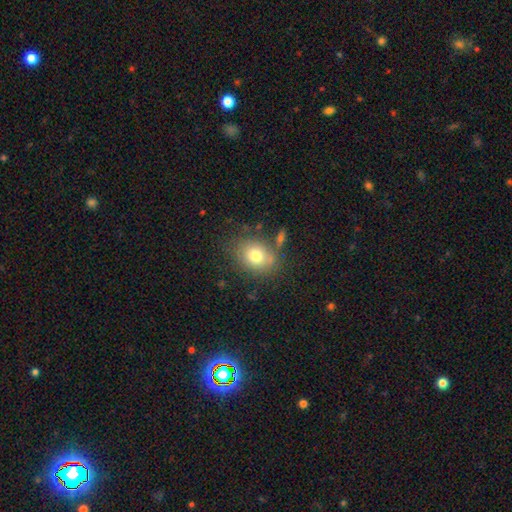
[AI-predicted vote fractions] smooth-or-featured: smooth: 76% | featured or disk: 14% | star or artifact: 10%
  how-rounded: in between: 50% | round: 49% | cigar-shaped: 1%
  merging: none: 71% | minor disturbance: 16% | merger: 8% | major disturbance: 6%